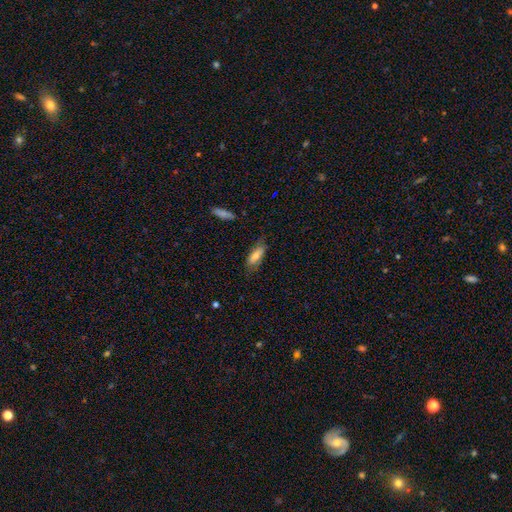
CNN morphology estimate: Smooth or featured? Predicted: smooth (p=0.66). How rounded? Predicted: in between (p=0.72). Merging? Predicted: none (p=0.70).